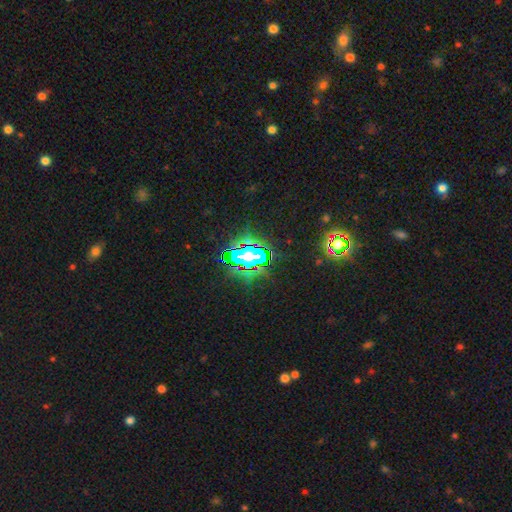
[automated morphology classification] Q: Smooth or featured?
A: star or artifact (81%); runner-up: smooth (12%)